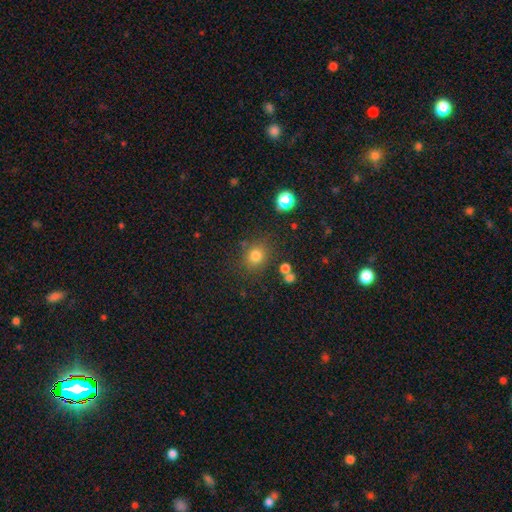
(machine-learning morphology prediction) Smooth or featured? Predicted: smooth (p=0.79). How rounded? Predicted: round (p=0.76). Merging? Predicted: none (p=0.78).